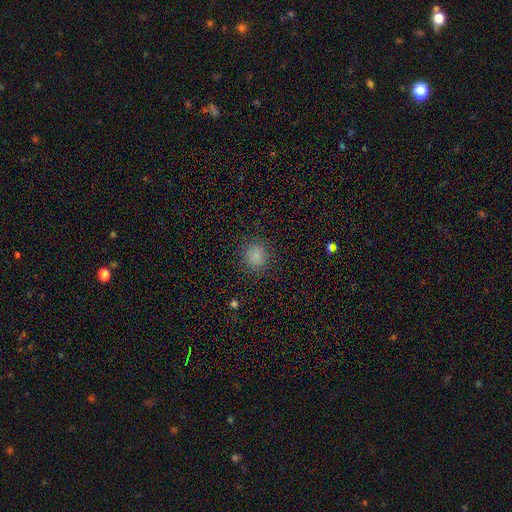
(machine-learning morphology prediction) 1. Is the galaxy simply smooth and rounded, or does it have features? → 83% smooth, 13% star or artifact, 4% featured or disk.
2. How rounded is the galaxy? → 81% round, 18% in between, 1% cigar-shaped.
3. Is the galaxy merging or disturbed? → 88% none, 8% minor disturbance, 3% major disturbance, 1% merger.